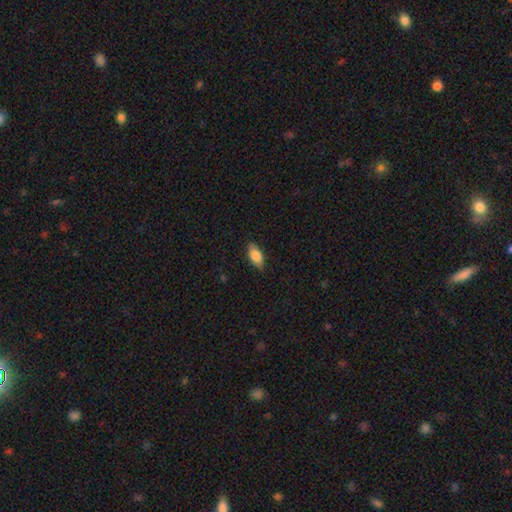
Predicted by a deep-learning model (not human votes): A smooth galaxy with no disk features (81%) that is in between round and cigar-shaped (87%). Merging: none (85%).